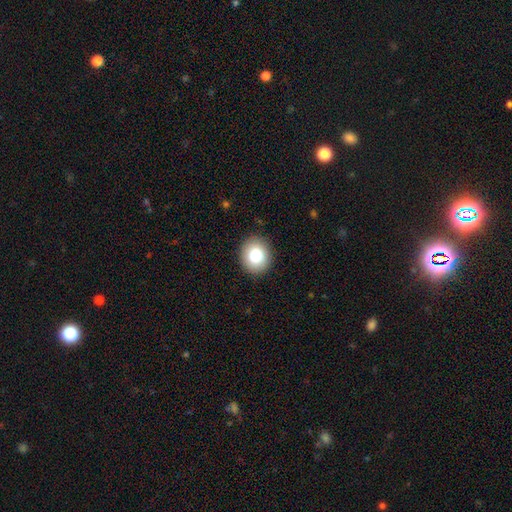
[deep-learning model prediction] This is clearly a smooth galaxy (83%). How rounded: likely round (70%). Merging: clearly none (90%).